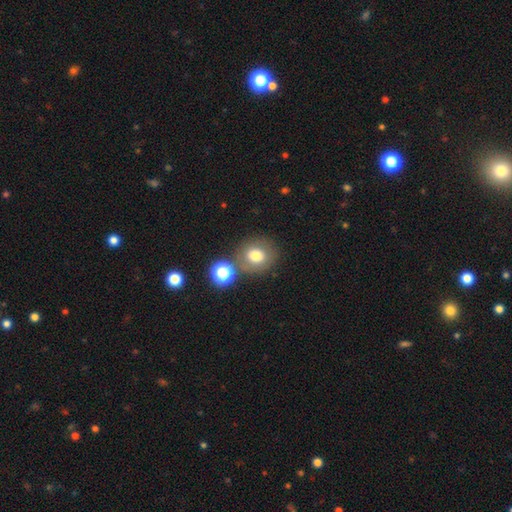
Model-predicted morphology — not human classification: Smooth or featured?
  - smooth: 75% *
  - star or artifact: 13%
  - featured or disk: 12%
How rounded?
  - round: 79% *
  - in between: 20%
  - cigar-shaped: 1%
Merging?
  - none: 73% *
  - merger: 12%
  - minor disturbance: 11%
  - major disturbance: 4%